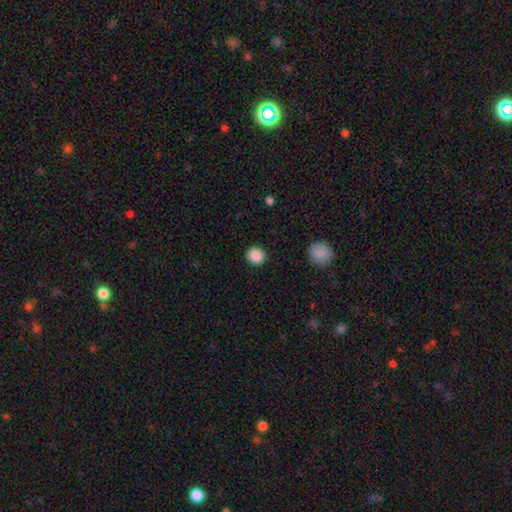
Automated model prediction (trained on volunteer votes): Smooth or featured?
  - smooth: 88% *
  - star or artifact: 9%
  - featured or disk: 3%
How rounded?
  - round: 93% *
  - in between: 6%
  - cigar-shaped: 1%
Merging?
  - none: 92% *
  - minor disturbance: 5%
  - major disturbance: 2%
  - merger: 1%